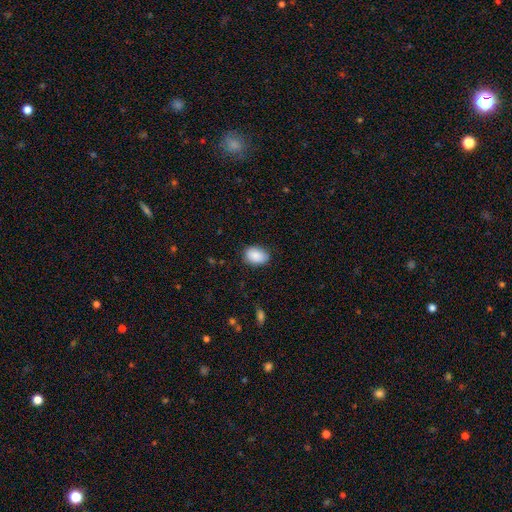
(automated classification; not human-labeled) smooth 89%, star or artifact 7%, featured or disk 4%. Down the decision tree: how rounded — in between (82%); merging — none (81%).